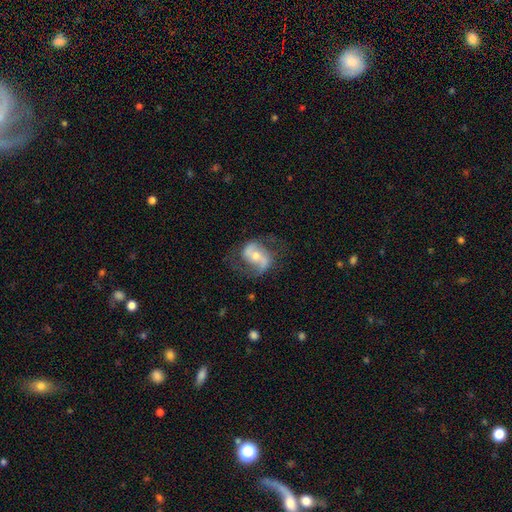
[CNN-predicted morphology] smooth-or-featured: featured or disk: 79% | smooth: 14% | star or artifact: 6%
  disk-edge-on: no: 97% | yes: 3%
    bar: no: 39% | weak: 38% | strong: 23%
    has-spiral-arms: yes: 92% | no: 8%
      spiral-winding: loose: 47% | medium: 42% | tight: 12%
      spiral-arm-count: 2: 88% | can't tell: 5% | 1: 4% | 3: 1% | 4: 1% | more than 4: 1%
    bulge-size: moderate: 60% | small: 35% | large: 4% | none: 1% | dominant: 1%
  merging: none: 65% | minor disturbance: 20% | major disturbance: 13% | merger: 2%